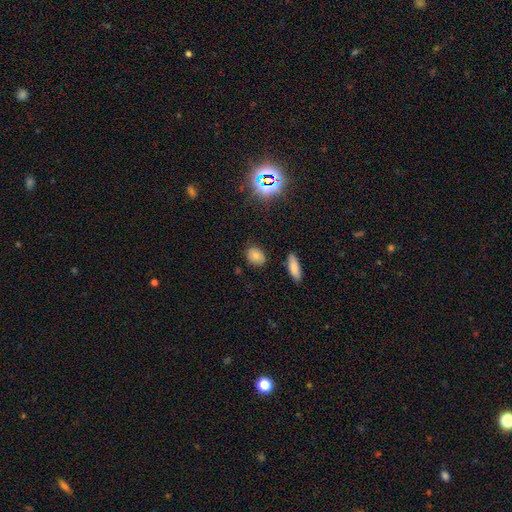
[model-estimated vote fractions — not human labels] A smooth galaxy with no disk features (77%) that is in between round and cigar-shaped (57%).

Vote fractions:
- Smooth or featured? smooth: 77% / star or artifact: 15% / featured or disk: 8%
- How rounded? in between: 57% / round: 41% / cigar-shaped: 2%
- Merging? none: 82% / minor disturbance: 12% / major disturbance: 3% / merger: 2%